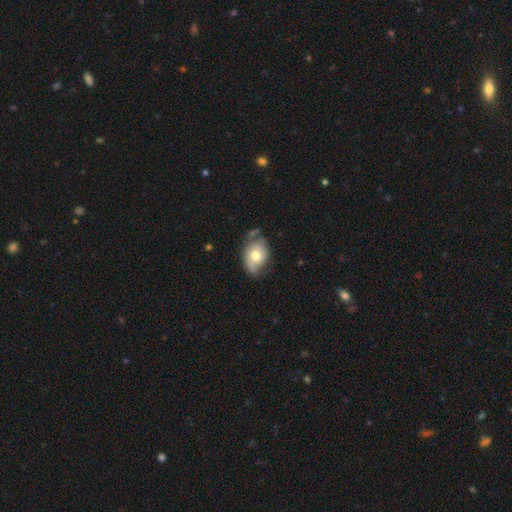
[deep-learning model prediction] This is possibly a smooth galaxy (59%). How rounded: likely in between (69%). Merging: possibly none (48%).